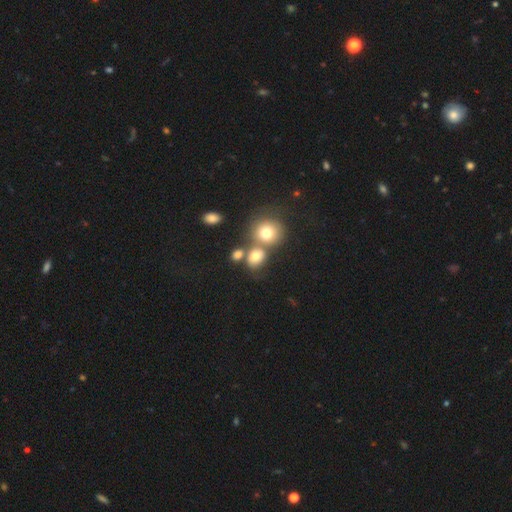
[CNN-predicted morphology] smooth 71%, featured or disk 15%, star or artifact 14%. Down the decision tree: how rounded — round (68%); merging — none (47%).